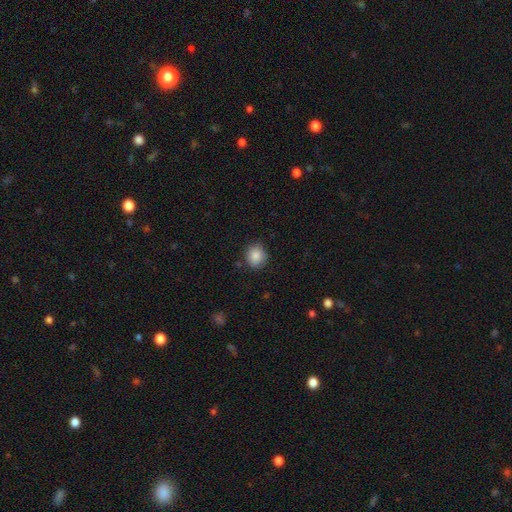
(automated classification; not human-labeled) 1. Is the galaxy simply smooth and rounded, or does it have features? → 86% smooth, 9% star or artifact, 5% featured or disk.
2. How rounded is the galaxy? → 79% round, 20% in between, 1% cigar-shaped.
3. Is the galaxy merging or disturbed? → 82% none, 14% minor disturbance, 3% major disturbance, 2% merger.